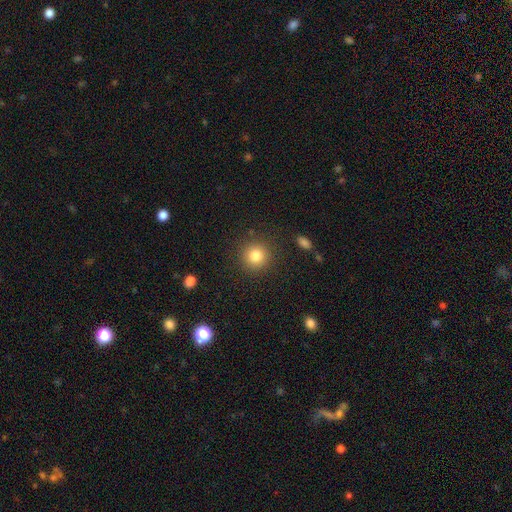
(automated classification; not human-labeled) Morphology: type=smooth (82%); roundness=round (93%); merging=none (89%).